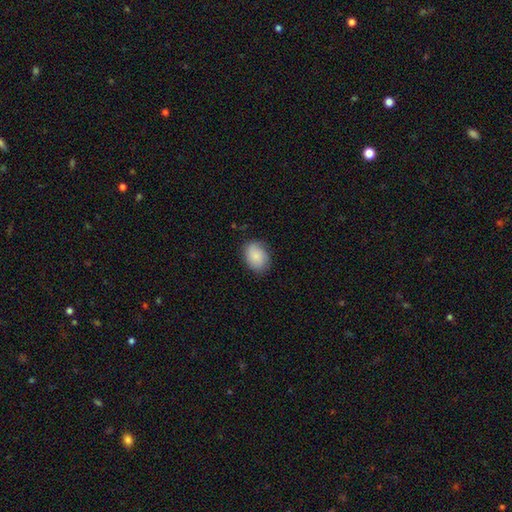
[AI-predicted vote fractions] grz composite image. It shows a smooth galaxy with no disk features (82%) that is in between round and cigar-shaped (65%). Merging: none (79%).